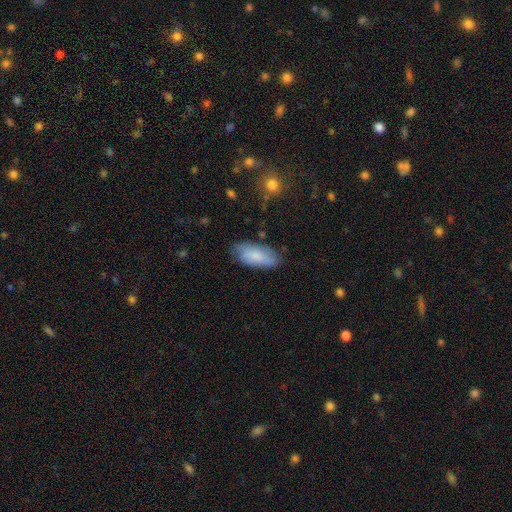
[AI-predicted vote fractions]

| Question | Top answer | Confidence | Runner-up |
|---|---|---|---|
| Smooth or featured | smooth | 77% | featured or disk (16%) |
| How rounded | in between | 85% | cigar-shaped (13%) |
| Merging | none | 73% | minor disturbance (21%) |